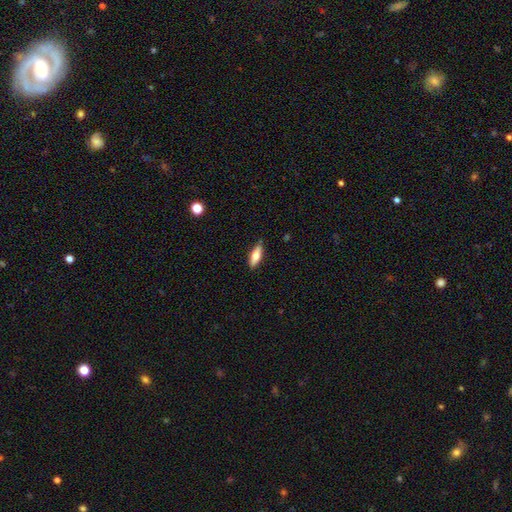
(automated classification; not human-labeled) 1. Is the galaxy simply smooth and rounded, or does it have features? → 63% smooth, 30% featured or disk, 6% star or artifact.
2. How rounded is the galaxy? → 60% in between, 37% cigar-shaped, 2% round.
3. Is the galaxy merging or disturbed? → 84% none, 12% minor disturbance, 2% major disturbance, 1% merger.